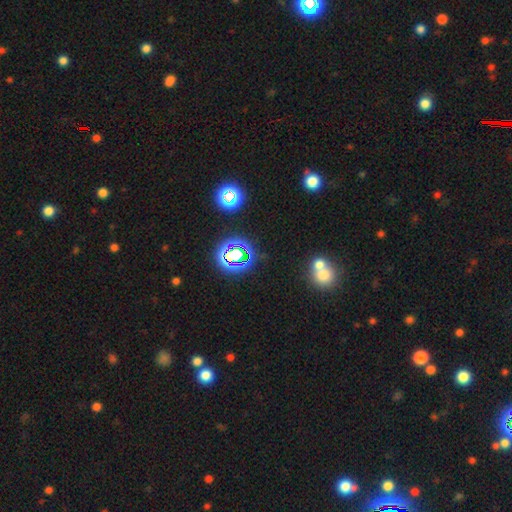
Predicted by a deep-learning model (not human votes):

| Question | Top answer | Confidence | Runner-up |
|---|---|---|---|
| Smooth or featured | star or artifact | 66% | smooth (25%) |